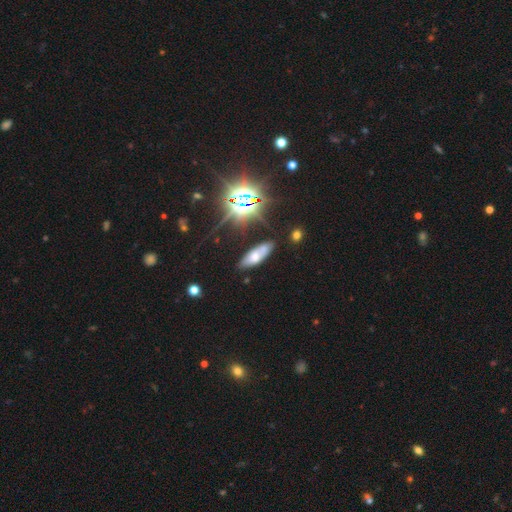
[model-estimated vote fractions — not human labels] Smooth or featured: smooth — 52% (featured or disk — 27%)
How rounded: in between — 70% (cigar-shaped — 27%)
Merging: none — 66% (minor disturbance — 19%)